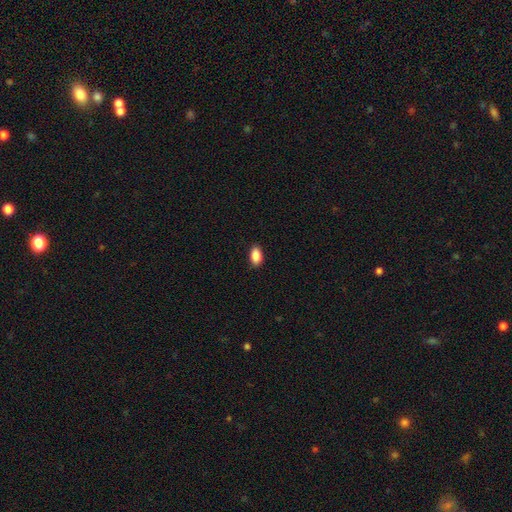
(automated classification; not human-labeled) Q: Smooth or featured?
A: smooth (89%); runner-up: star or artifact (7%)
Q: How rounded?
A: in between (92%); runner-up: round (5%)
Q: Merging?
A: none (88%); runner-up: minor disturbance (10%)